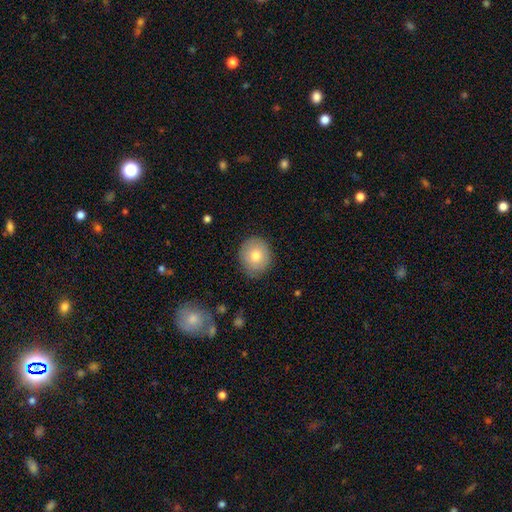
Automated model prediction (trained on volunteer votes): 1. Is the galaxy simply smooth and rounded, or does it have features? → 77% smooth, 15% featured or disk, 8% star or artifact.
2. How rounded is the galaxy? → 74% round, 25% in between, 1% cigar-shaped.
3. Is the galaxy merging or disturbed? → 85% none, 11% minor disturbance, 2% major disturbance, 1% merger.